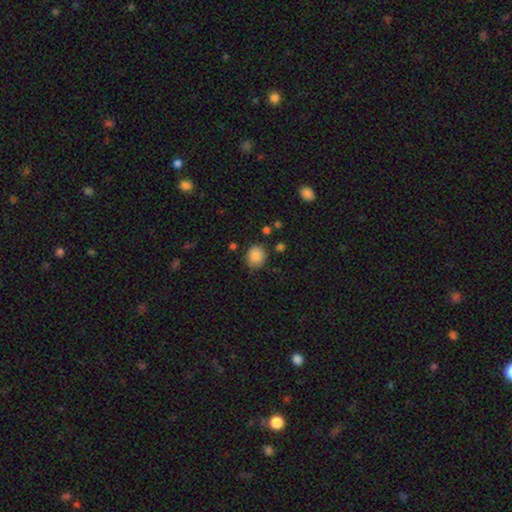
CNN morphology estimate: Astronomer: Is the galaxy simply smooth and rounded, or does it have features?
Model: smooth — 85%.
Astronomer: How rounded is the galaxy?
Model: round — 75%.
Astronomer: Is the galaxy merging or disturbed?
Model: none — 82%.